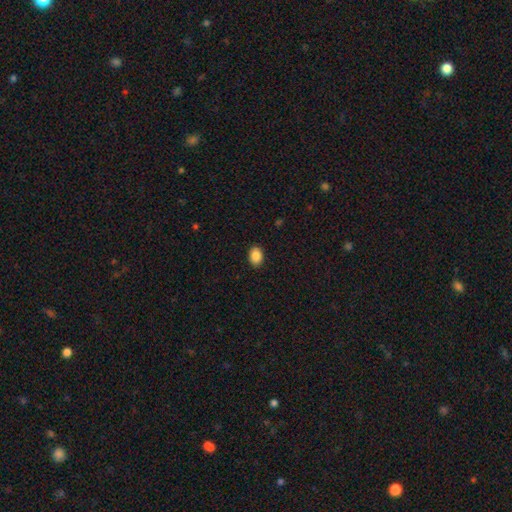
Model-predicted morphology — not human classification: The model was most divided on "how rounded": in between: 75%, round: 24%, cigar-shaped: 1%. More confident: merging — none (90%); smooth or featured — smooth (88%).